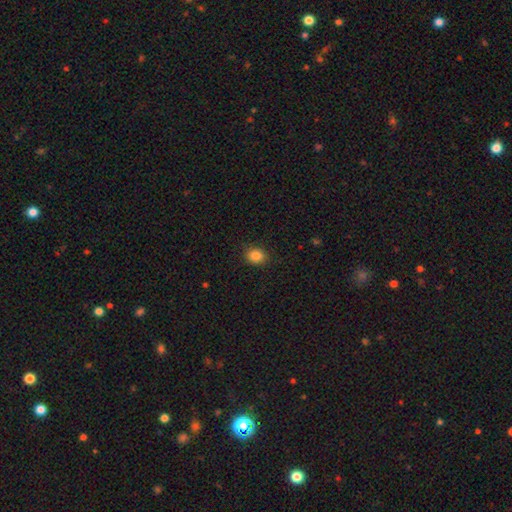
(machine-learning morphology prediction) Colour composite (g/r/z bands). It shows a smooth galaxy with no disk features (85%) that is round (64%). Merging: none (89%).